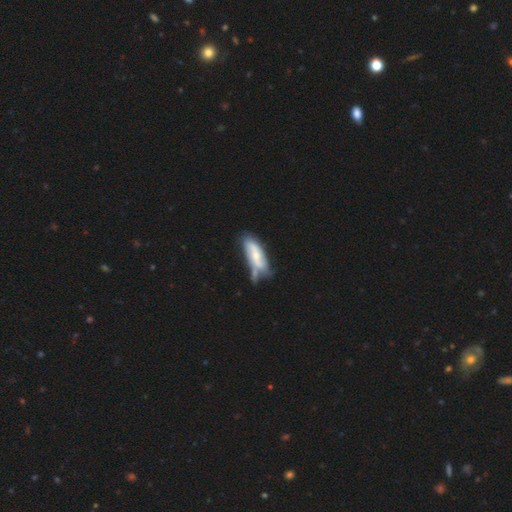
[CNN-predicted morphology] smooth_or_featured: featured or disk (p=0.54) [alt: smooth p=0.40]
disk_edge_on: no (p=0.81) [alt: yes p=0.19]
merging: none (p=0.38) [alt: minor disturbance p=0.28]